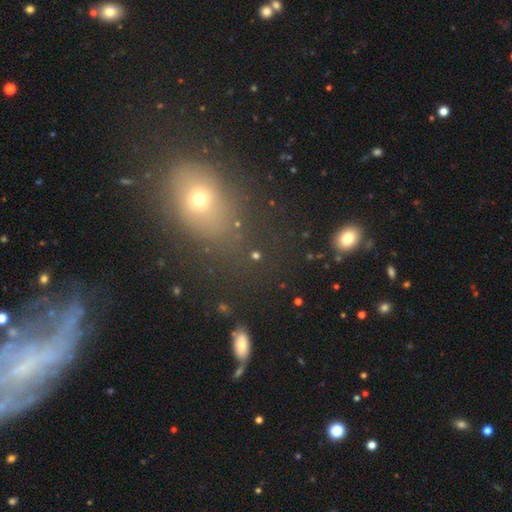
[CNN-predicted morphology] smooth_or_featured: smooth (p=0.55) [alt: star or artifact p=0.32]
how_rounded: round (p=0.66) [alt: in between p=0.30]
merging: none (p=0.71) [alt: minor disturbance p=0.11]